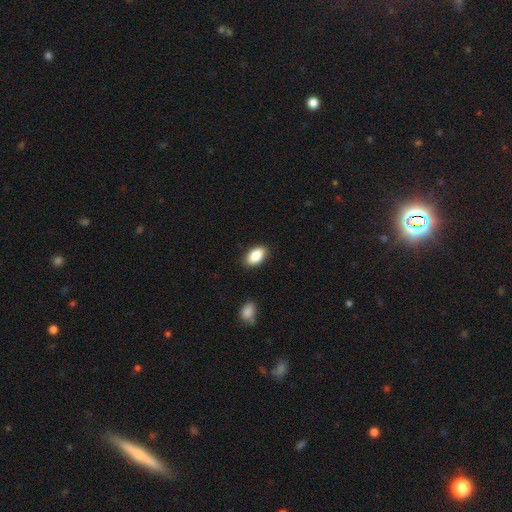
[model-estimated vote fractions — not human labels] Overall: smooth (87%). How rounded: in between (92%). Merging: none (87%).